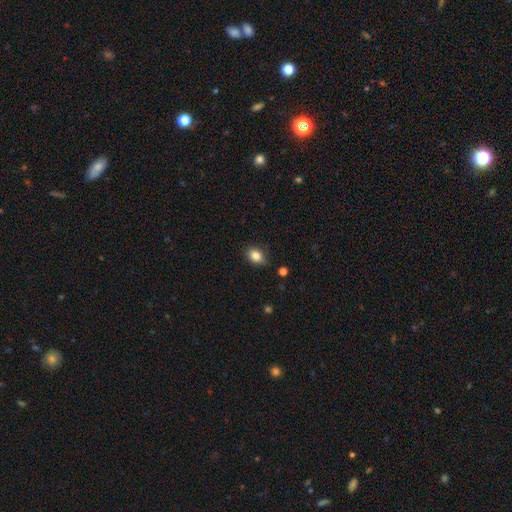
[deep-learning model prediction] Smooth or featured? Predicted: smooth (p=0.83). How rounded? Predicted: in between (p=0.69). Merging? Predicted: none (p=0.79).